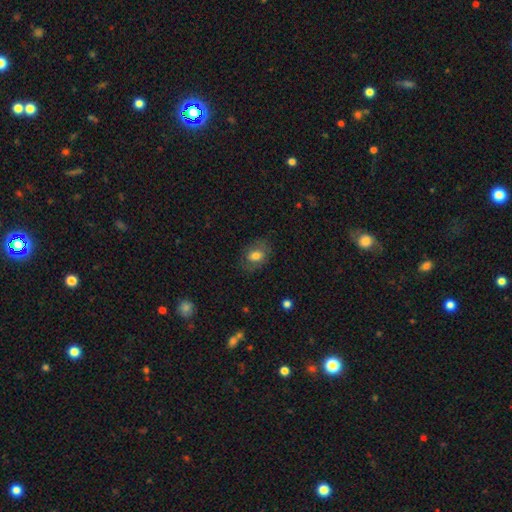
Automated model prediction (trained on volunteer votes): The model was most divided on "how rounded": in between: 66%, round: 33%, cigar-shaped: 1%. More confident: merging — none (71%); smooth or featured — smooth (69%).